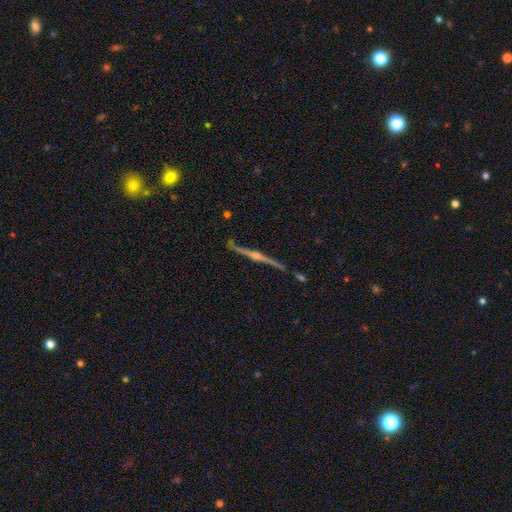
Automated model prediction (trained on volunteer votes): Morphology: type=featured or disk (88%); edge-on=yes (97%); edge-on bulge=rounded (87%); merging=none (82%).